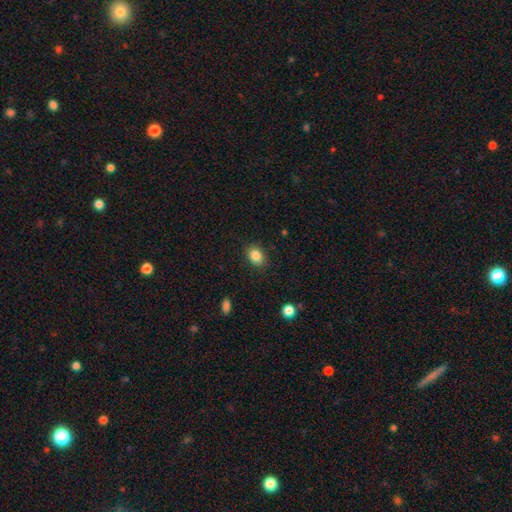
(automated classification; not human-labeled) A smooth galaxy with no disk features (85%) that is in between round and cigar-shaped (62%).

Vote fractions:
- Smooth or featured? smooth: 85% / star or artifact: 10% / featured or disk: 5%
- How rounded? in between: 62% / round: 37% / cigar-shaped: 1%
- Merging? none: 87% / minor disturbance: 10% / major disturbance: 3% / merger: 1%